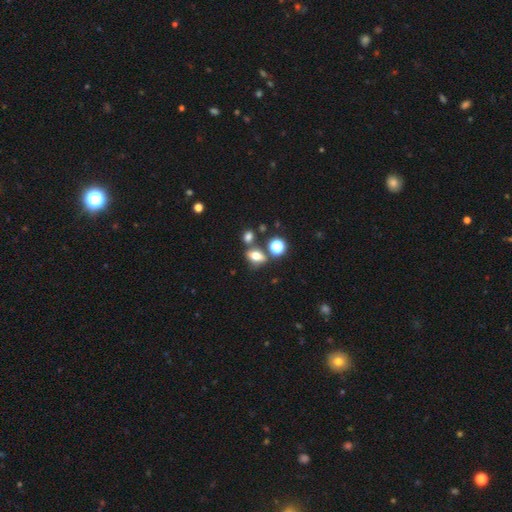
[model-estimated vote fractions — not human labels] This is likely a smooth galaxy (67%). How rounded: likely in between (71%). Merging: likely none (61%).